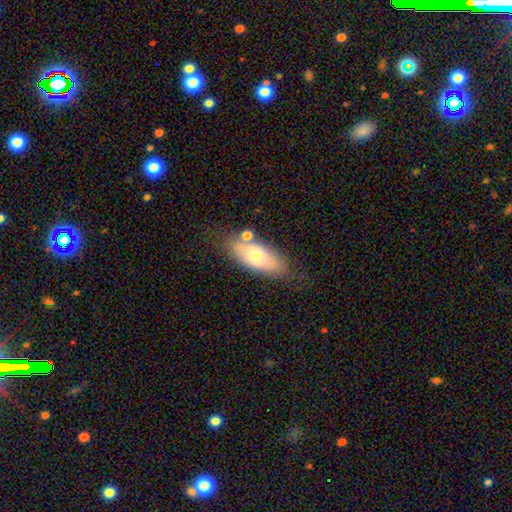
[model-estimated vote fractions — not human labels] A smooth galaxy with no disk features (62%) that is in between round and cigar-shaped (82%).

Vote fractions:
- Smooth or featured? smooth: 62% / featured or disk: 31% / star or artifact: 7%
- How rounded? in between: 82% / cigar-shaped: 14% / round: 4%
- Merging? none: 67% / minor disturbance: 18% / merger: 10% / major disturbance: 5%